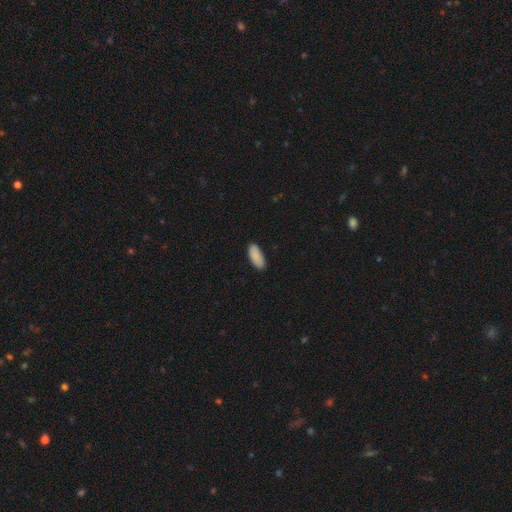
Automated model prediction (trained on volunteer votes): A smooth galaxy with no disk features (89%) that is in between round and cigar-shaped (84%). Merging: none (88%).